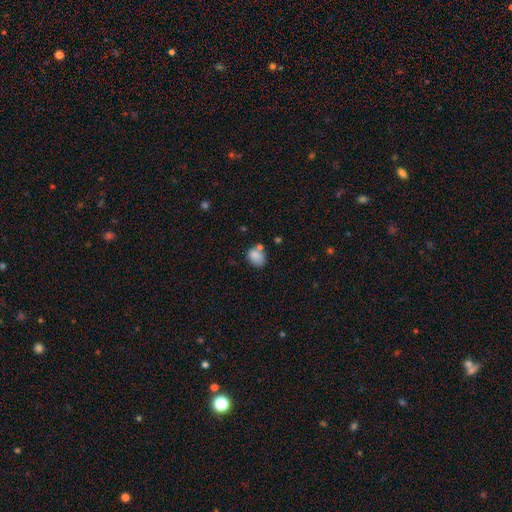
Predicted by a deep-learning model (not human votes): This is clearly a smooth galaxy (81%). How rounded: possibly in between (58%). Merging: possibly none (51%).